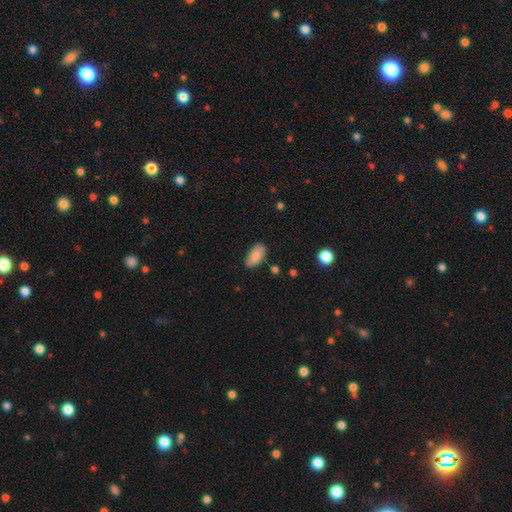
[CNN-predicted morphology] This appears to be a smooth galaxy with no disk features (87%) that is in between round and cigar-shaped (94%). Merging: none (82%).